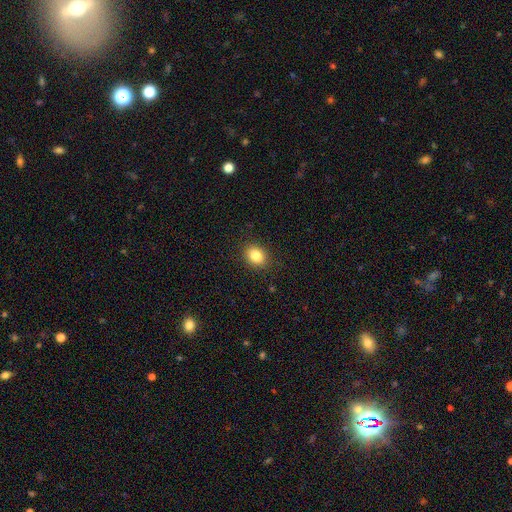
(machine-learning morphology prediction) The model was most divided on "how rounded": round: 54%, in between: 45%, cigar-shaped: 1%. More confident: merging — none (89%); smooth or featured — smooth (83%).